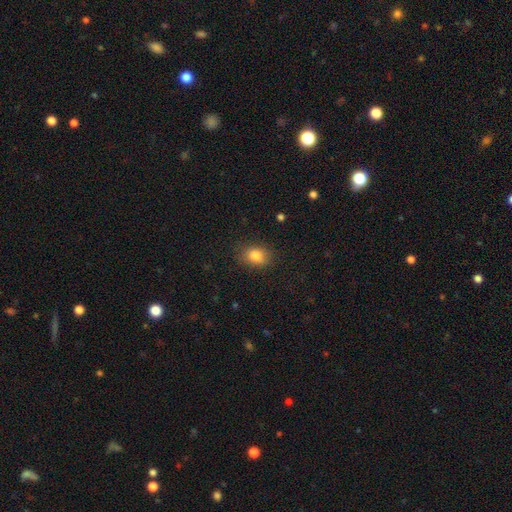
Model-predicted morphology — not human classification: Smooth or featured? smooth (83%)
How rounded? in between (69%)
Merging? none (82%)